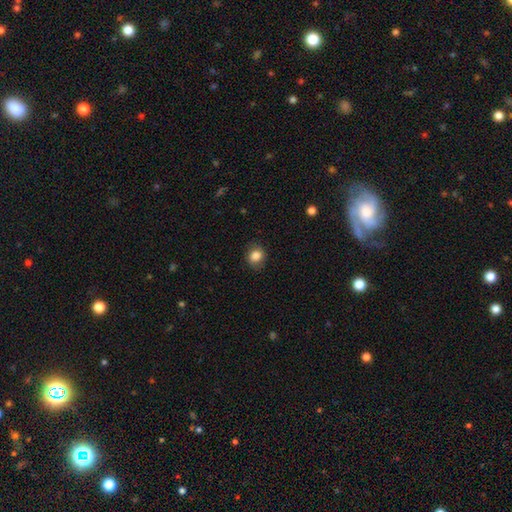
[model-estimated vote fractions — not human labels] This is clearly a smooth galaxy (84%). How rounded: likely round (65%). Merging: clearly none (81%).